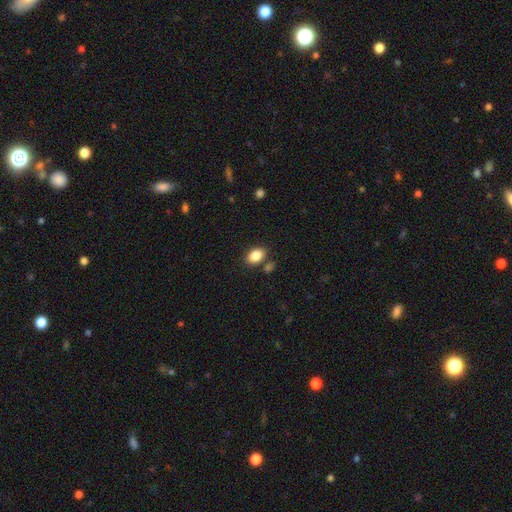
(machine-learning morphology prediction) Smooth or featured? smooth (86%)
How rounded? in between (82%)
Merging? none (78%)